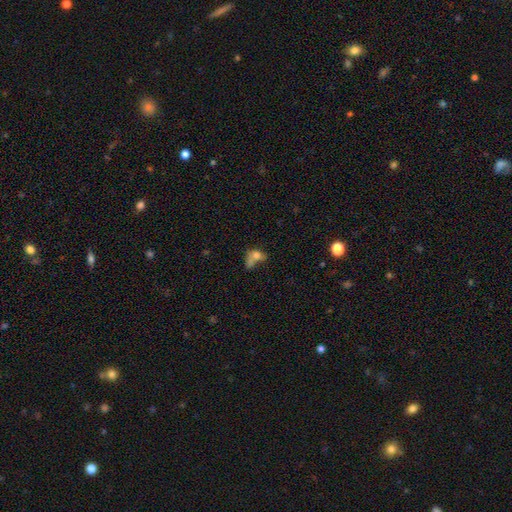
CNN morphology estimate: This appears to be a smooth galaxy with no disk features (67%) that is in between round and cigar-shaped (64%). Merging: merger (36%).